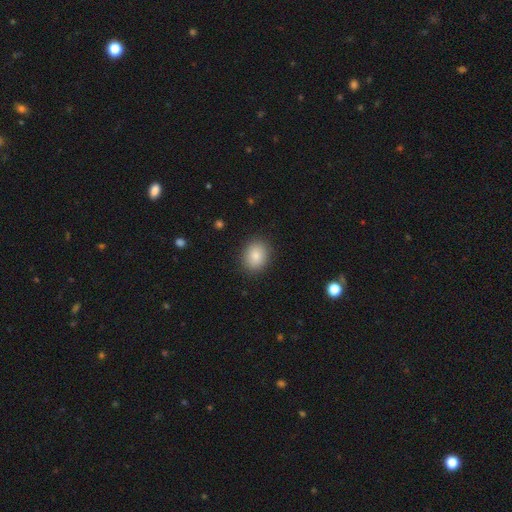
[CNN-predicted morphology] Smooth or featured: smooth — 84% (star or artifact — 9%)
How rounded: round — 53% (in between — 46%)
Merging: none — 88% (minor disturbance — 8%)